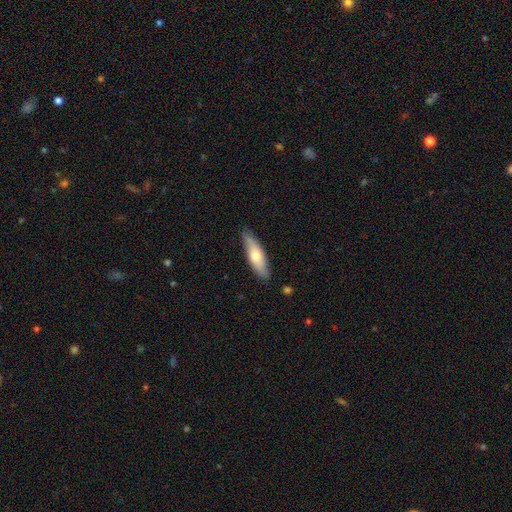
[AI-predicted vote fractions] A smooth galaxy with no disk features (62%) that is cigar-shaped (54%). Merging: none (81%).